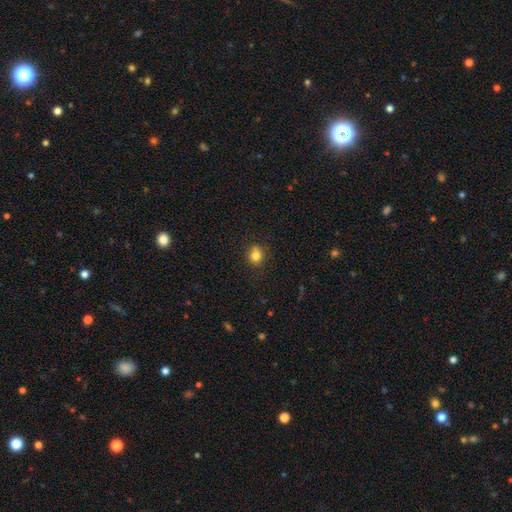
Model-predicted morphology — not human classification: smooth-or-featured: smooth: 80% | star or artifact: 12% | featured or disk: 8%
  how-rounded: round: 74% | in between: 25% | cigar-shaped: 1%
  merging: none: 80% | minor disturbance: 14% | major disturbance: 3% | merger: 3%